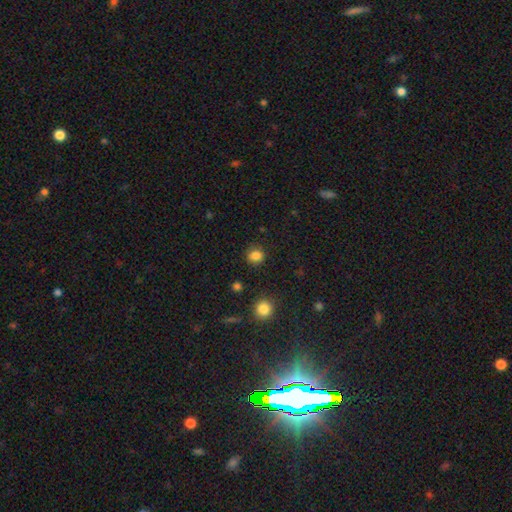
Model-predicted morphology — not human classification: Q: Smooth or featured?
A: smooth (84%); runner-up: star or artifact (12%)
Q: How rounded?
A: round (78%); runner-up: in between (21%)
Q: Merging?
A: none (85%); runner-up: minor disturbance (10%)